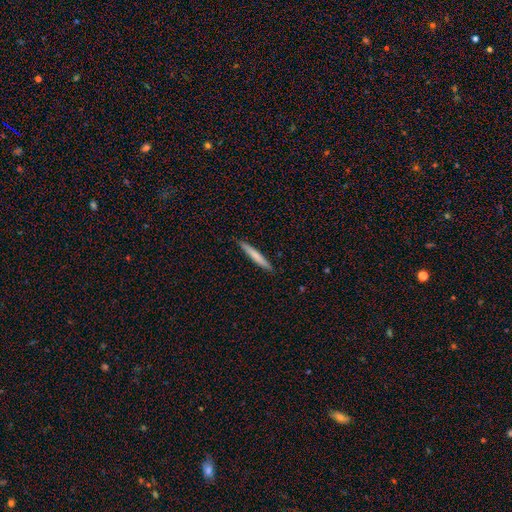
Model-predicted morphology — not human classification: This is likely a smooth galaxy (71%). How rounded: clearly cigar-shaped (96%). Merging: clearly none (90%).